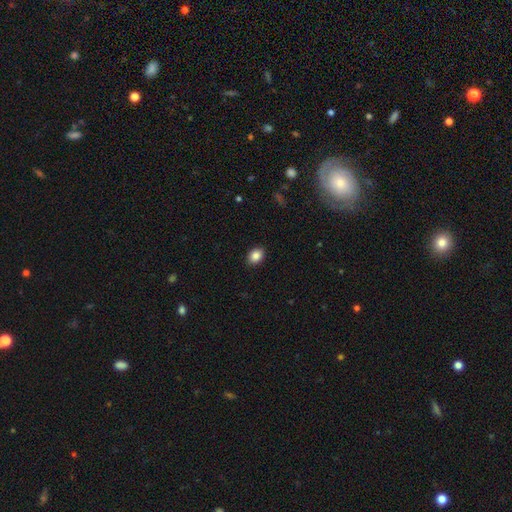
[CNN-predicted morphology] Smooth or featured?
  - smooth: 87% *
  - star or artifact: 9%
  - featured or disk: 4%
How rounded?
  - in between: 66% *
  - round: 33%
  - cigar-shaped: 1%
Merging?
  - none: 89% *
  - minor disturbance: 8%
  - major disturbance: 2%
  - merger: 1%